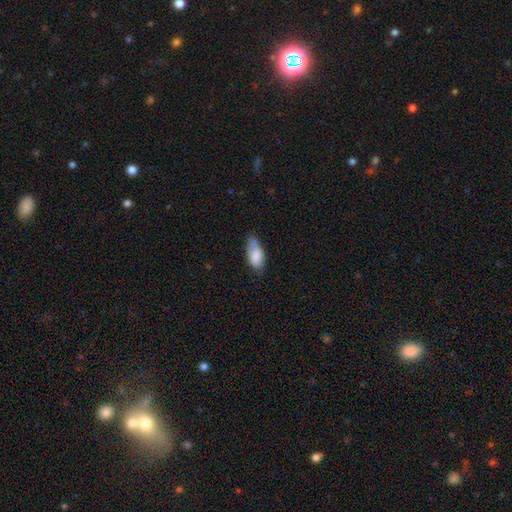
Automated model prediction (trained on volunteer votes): Overall: smooth (82%). How rounded: in between (87%). Merging: none (53%; minor disturbance 36%).